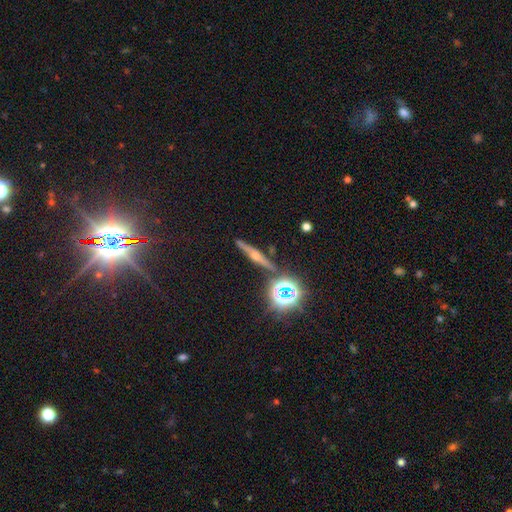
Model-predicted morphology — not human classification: smooth_or_featured: featured or disk (p=0.61) [alt: star or artifact p=0.22]
disk_edge_on: yes (p=0.94) [alt: no p=0.06]
edge_on_bulge: rounded (p=0.92) [alt: none p=0.04]
merging: none (p=0.88) [alt: minor disturbance p=0.07]